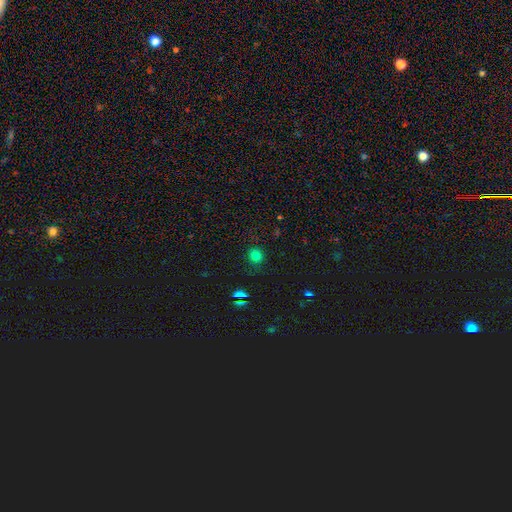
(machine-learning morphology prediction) smooth-or-featured: smooth: 75% | star or artifact: 20% | featured or disk: 5%
  how-rounded: round: 83% | in between: 16% | cigar-shaped: 1%
  merging: none: 85% | minor disturbance: 10% | major disturbance: 3% | merger: 1%